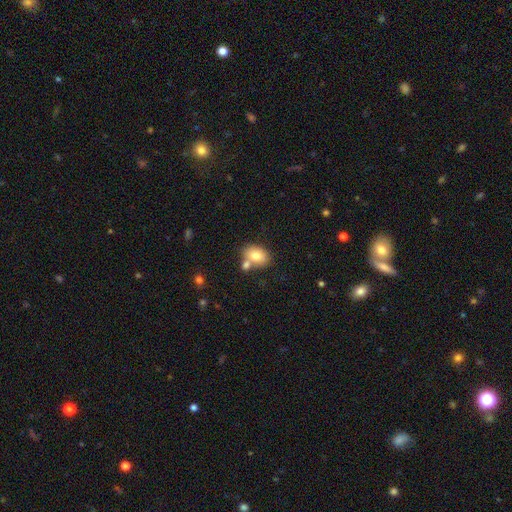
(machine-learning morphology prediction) The model was most divided on "merging": none: 55%, merger: 29%, minor disturbance: 13%, major disturbance: 3%. More confident: smooth or featured — smooth (77%); how rounded — in between (76%).